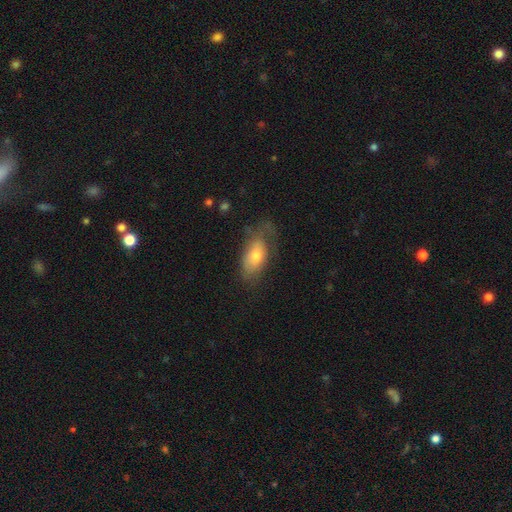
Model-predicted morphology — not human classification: Smooth or featured? Predicted: smooth (p=0.66). How rounded? Predicted: in between (p=0.89). Merging? Predicted: none (p=0.46).